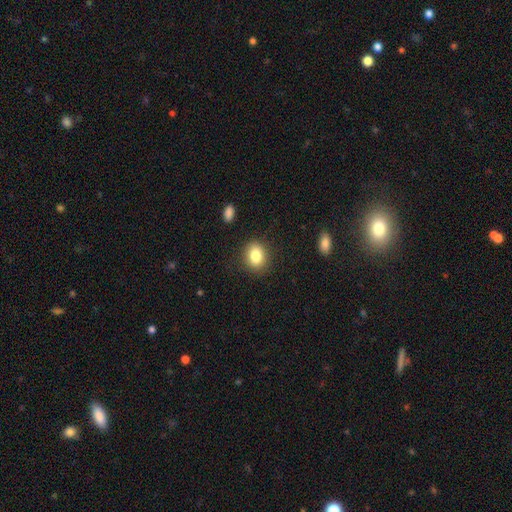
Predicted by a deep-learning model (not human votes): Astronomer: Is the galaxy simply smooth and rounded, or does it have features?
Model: smooth — 84%.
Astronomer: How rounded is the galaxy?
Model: in between — 52% (runner-up: round, 47%).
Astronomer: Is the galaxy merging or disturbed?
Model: none — 87%.